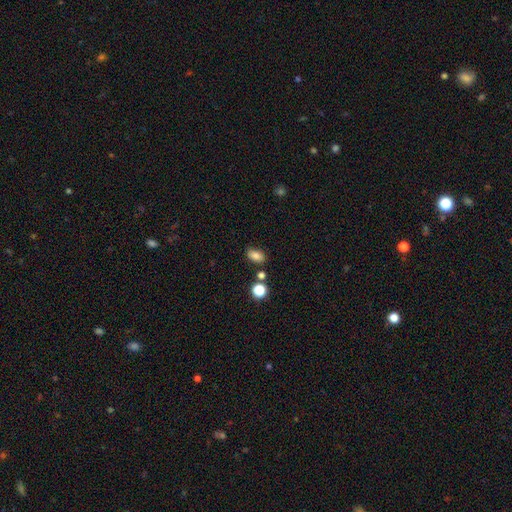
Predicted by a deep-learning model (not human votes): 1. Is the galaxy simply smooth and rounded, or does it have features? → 80% smooth, 12% star or artifact, 8% featured or disk.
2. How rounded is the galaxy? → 83% in between, 14% round, 2% cigar-shaped.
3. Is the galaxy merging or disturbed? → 78% none, 12% minor disturbance, 7% merger, 3% major disturbance.